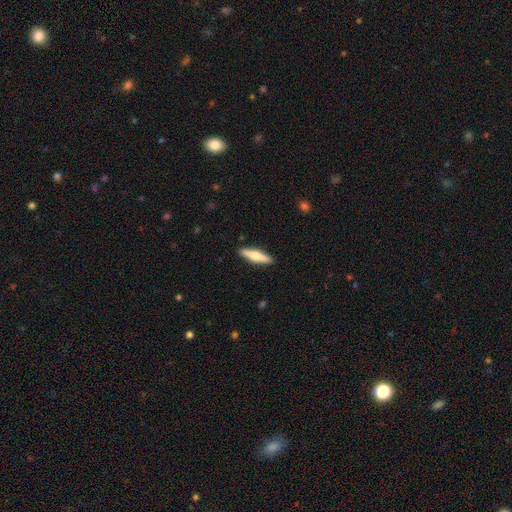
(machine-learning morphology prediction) Smooth or featured?
  - smooth: 57% *
  - featured or disk: 37%
  - star or artifact: 5%
How rounded?
  - cigar-shaped: 77% *
  - in between: 21%
  - round: 2%
Merging?
  - none: 90% *
  - minor disturbance: 7%
  - major disturbance: 2%
  - merger: 1%